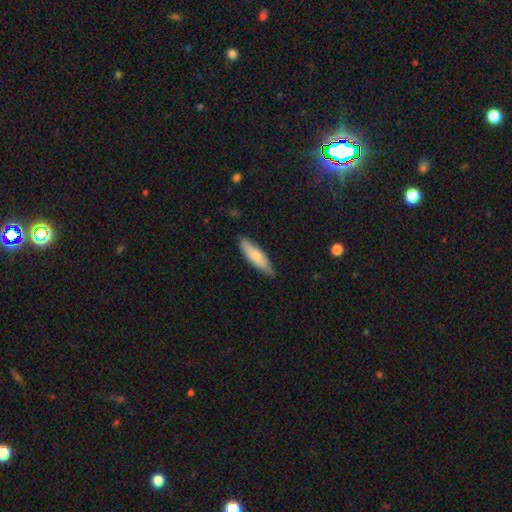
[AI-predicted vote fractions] Smooth or featured? smooth (72%)
How rounded? cigar-shaped (53%)
Merging? none (77%)